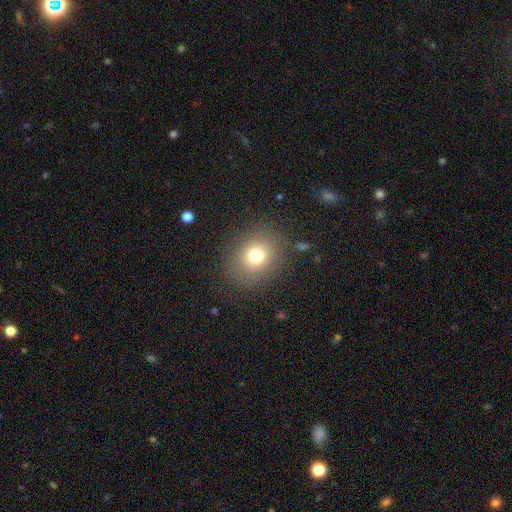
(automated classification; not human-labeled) This appears to be a smooth galaxy with no disk features (75%) that is round (70%). Merging: none (84%).